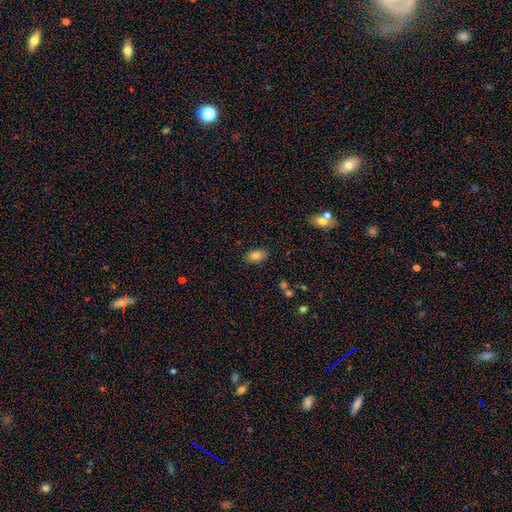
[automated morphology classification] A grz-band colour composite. It shows a smooth galaxy with no disk features (83%) that is in between round and cigar-shaped (84%). Merging: none (83%).